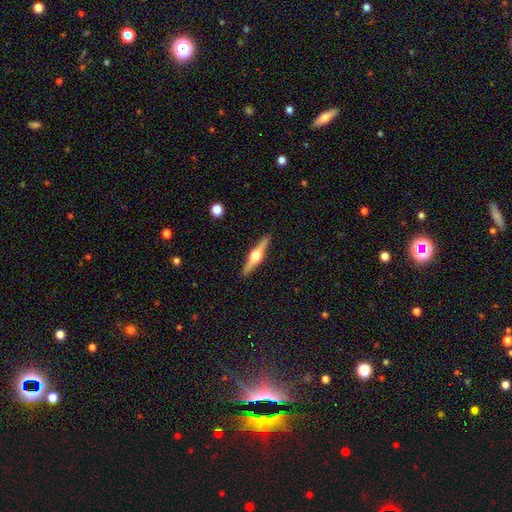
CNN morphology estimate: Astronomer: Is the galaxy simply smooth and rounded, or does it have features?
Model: featured or disk — 77%.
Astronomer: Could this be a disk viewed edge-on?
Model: yes — 98%.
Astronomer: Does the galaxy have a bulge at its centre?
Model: rounded — 96%.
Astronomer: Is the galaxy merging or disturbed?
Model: none — 91%.